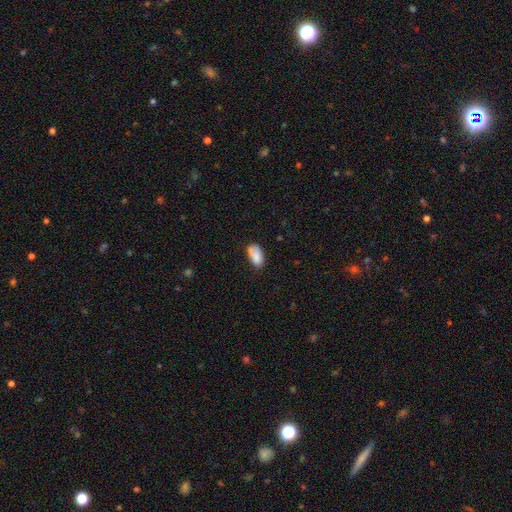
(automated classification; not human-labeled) The model was most divided on "merging": none: 59%, minor disturbance: 30%, major disturbance: 7%, merger: 4%. More confident: how rounded — in between (93%); smooth or featured — smooth (84%).